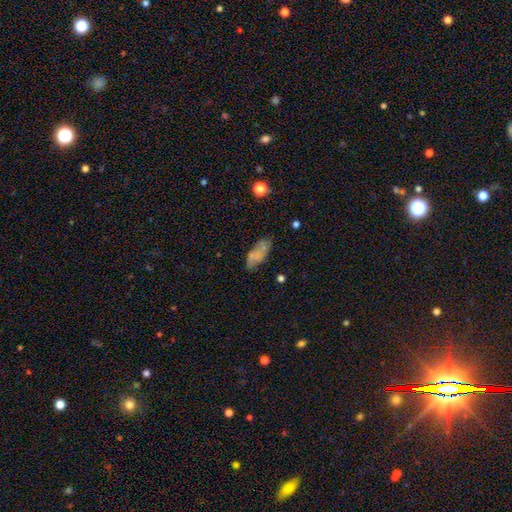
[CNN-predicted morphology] smooth-or-featured: smooth: 67% | featured or disk: 24% | star or artifact: 9%
  how-rounded: in between: 85% | cigar-shaped: 12% | round: 3%
  merging: none: 63% | minor disturbance: 24% | major disturbance: 8% | merger: 5%